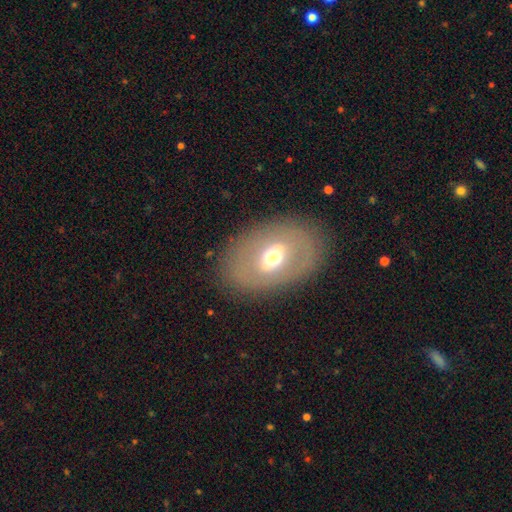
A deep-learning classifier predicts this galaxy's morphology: Smooth or featured?
  - featured or disk: 47% *
  - smooth: 45%
  - star or artifact: 8%
Merging?
  - none: 83% *
  - minor disturbance: 10%
  - major disturbance: 5%
  - merger: 1%